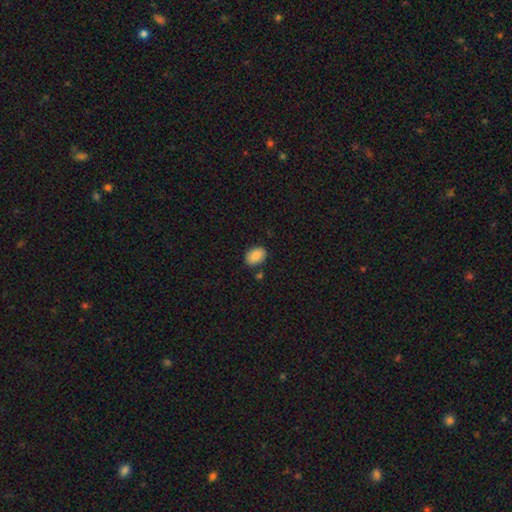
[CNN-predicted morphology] Smooth or featured? Predicted: smooth (p=0.86). How rounded? Predicted: in between (p=0.84). Merging? Predicted: none (p=0.81).